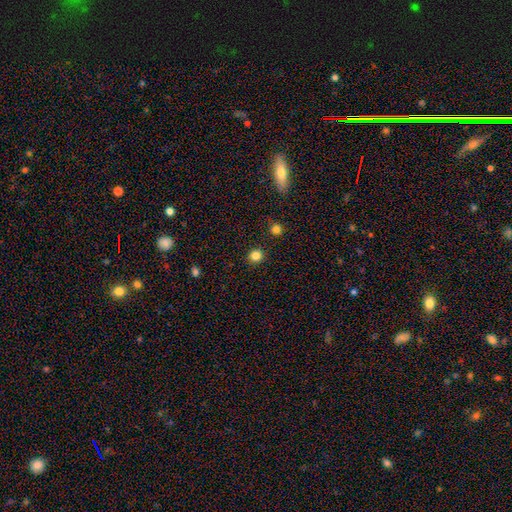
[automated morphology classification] Smooth or featured: smooth — 83% (star or artifact — 13%)
How rounded: round — 90% (in between — 10%)
Merging: none — 91% (minor disturbance — 5%)